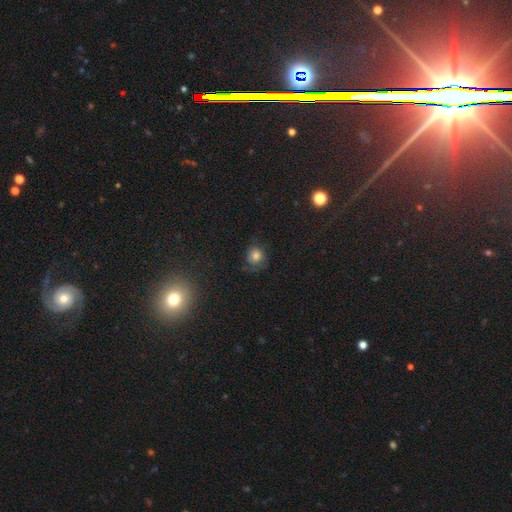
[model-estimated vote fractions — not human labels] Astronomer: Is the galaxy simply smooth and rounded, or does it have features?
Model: smooth — 72%.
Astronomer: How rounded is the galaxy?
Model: round — 82%.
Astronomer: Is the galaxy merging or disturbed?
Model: none — 58%.